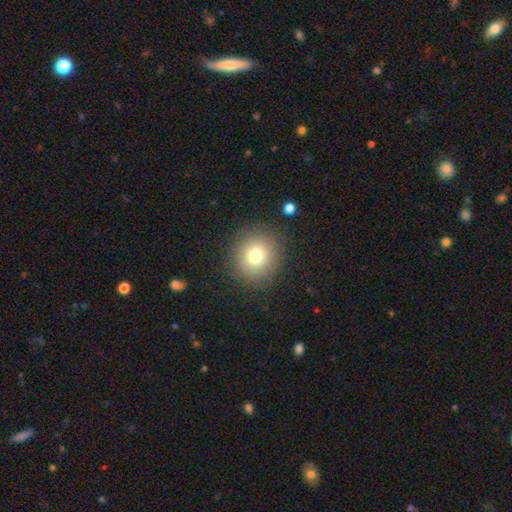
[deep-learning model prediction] Morphology: type=smooth (76%); roundness=round (88%); merging=none (88%).